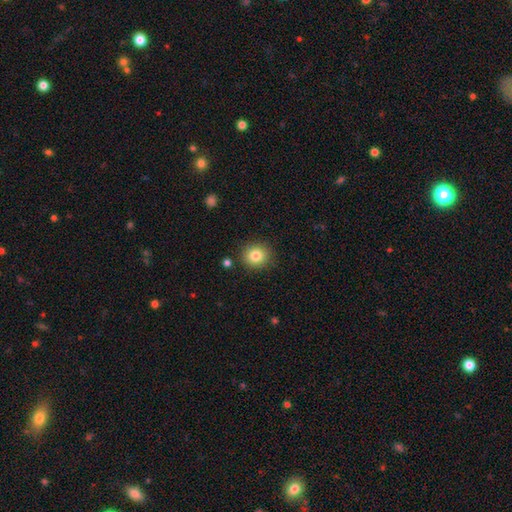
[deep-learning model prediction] smooth_or_featured: smooth (p=0.82) [alt: star or artifact p=0.11]
how_rounded: round (p=0.85) [alt: in between p=0.14]
merging: none (p=0.88) [alt: minor disturbance p=0.08]